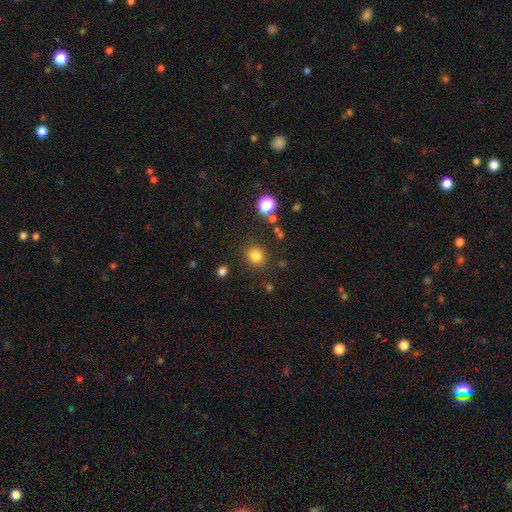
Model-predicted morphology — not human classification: This appears to be a smooth galaxy with no disk features (81%) that is round (85%). Merging: none (86%).